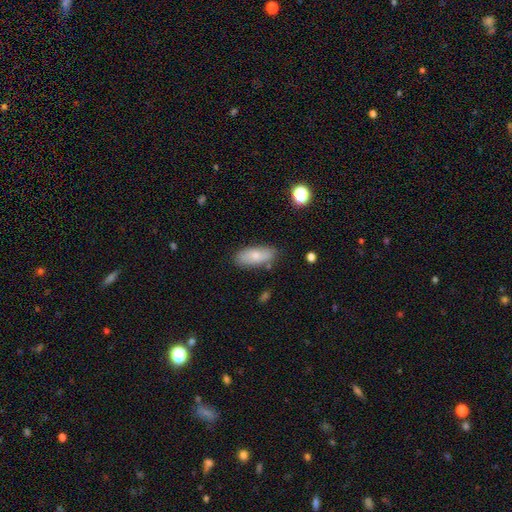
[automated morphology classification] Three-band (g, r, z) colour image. It shows a smooth galaxy with no disk features (73%) that is in between round and cigar-shaped (84%). Merging: none (80%).